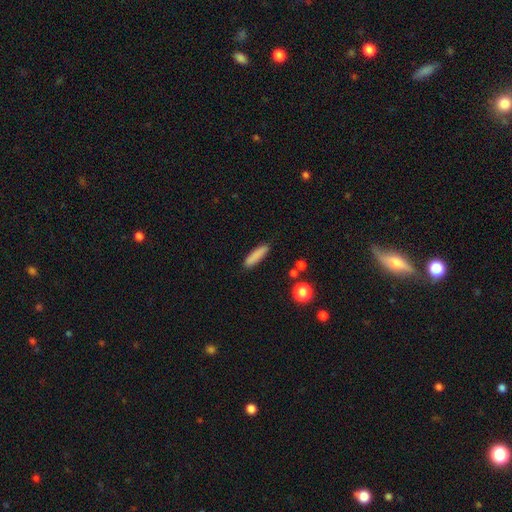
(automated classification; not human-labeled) Smooth or featured: smooth — 84% (featured or disk — 8%)
How rounded: cigar-shaped — 78% (in between — 21%)
Merging: none — 86% (minor disturbance — 10%)